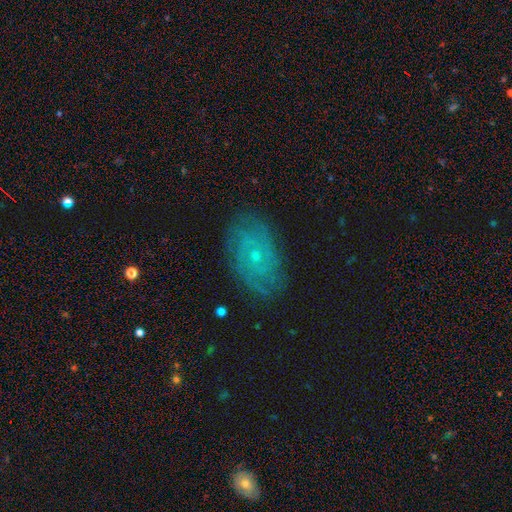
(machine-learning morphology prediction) A featured or disk galaxy (66%) with no bar (82%), tight (64%) spiral arms (83%) and a small central bulge (79%). Merging: none (80%).